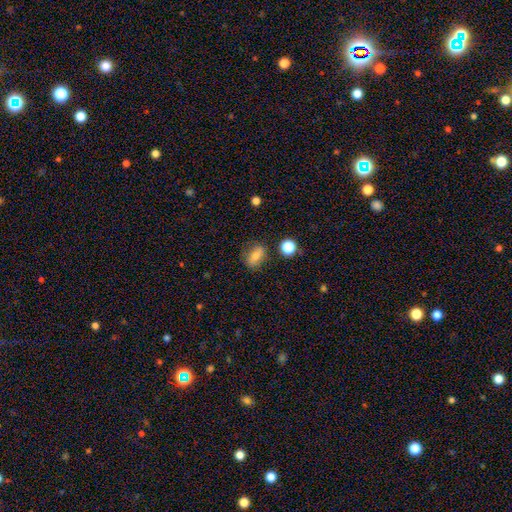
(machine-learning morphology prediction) smooth_or_featured: smooth (p=0.76) [alt: featured or disk p=0.13]
how_rounded: in between (p=0.76) [alt: round p=0.18]
merging: none (p=0.76) [alt: minor disturbance p=0.16]